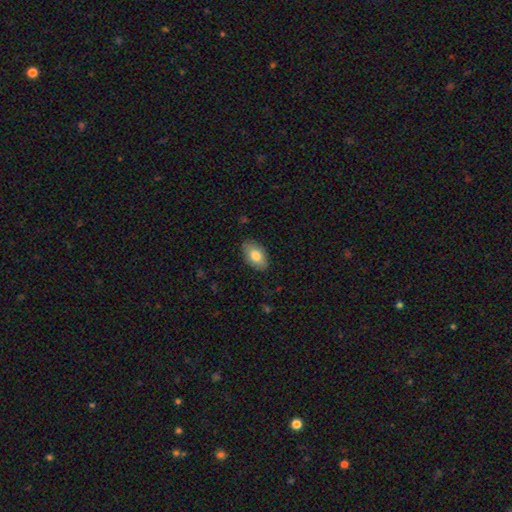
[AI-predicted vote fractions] smooth 80%, featured or disk 14%, star or artifact 6%. Down the decision tree: how rounded — in between (92%); merging — none (85%).